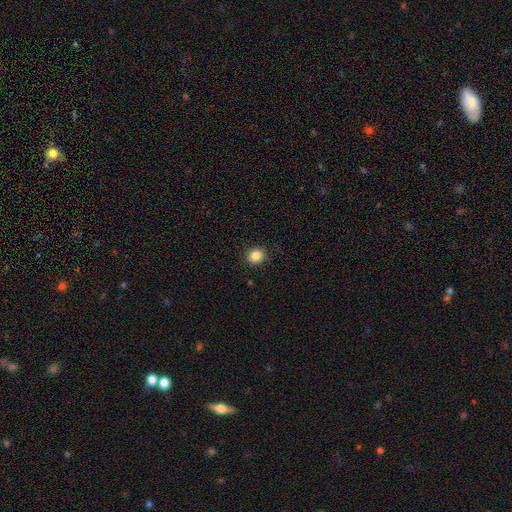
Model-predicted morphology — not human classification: smooth_or_featured: smooth (p=0.85) [alt: star or artifact p=0.11]
how_rounded: round (p=0.80) [alt: in between p=0.19]
merging: none (p=0.91) [alt: minor disturbance p=0.06]